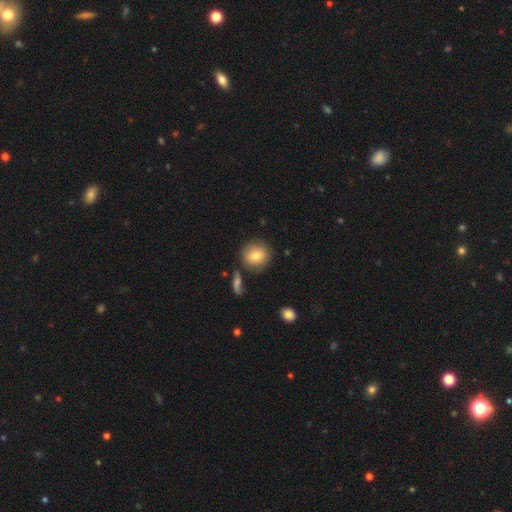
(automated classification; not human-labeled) smooth-or-featured: smooth: 80% | featured or disk: 12% | star or artifact: 8%
  how-rounded: round: 87% | in between: 12% | cigar-shaped: 1%
  merging: none: 80% | minor disturbance: 11% | merger: 6% | major disturbance: 3%